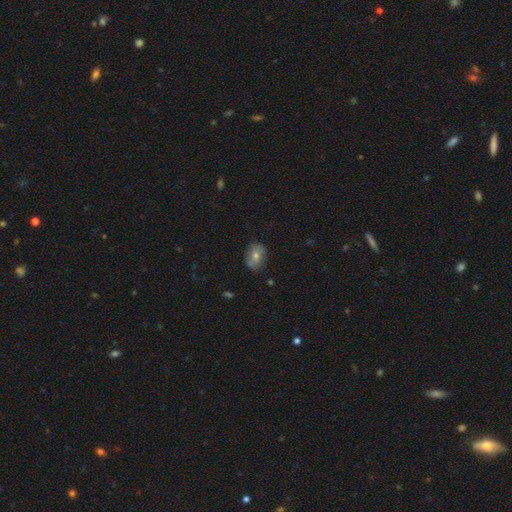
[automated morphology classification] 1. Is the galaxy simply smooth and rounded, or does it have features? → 58% smooth, 30% featured or disk, 12% star or artifact.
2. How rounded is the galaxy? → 60% in between, 38% round, 1% cigar-shaped.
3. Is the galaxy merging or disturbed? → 79% none, 16% minor disturbance, 3% major disturbance, 2% merger.